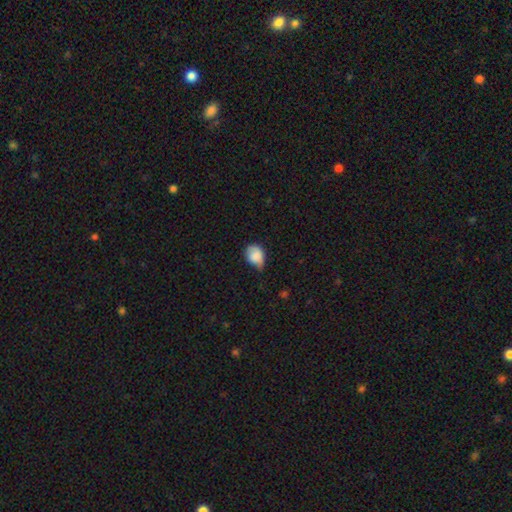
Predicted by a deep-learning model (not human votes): smooth 84%, featured or disk 8%, star or artifact 8%. Down the decision tree: how rounded — in between (54%); merging — minor disturbance (53%).